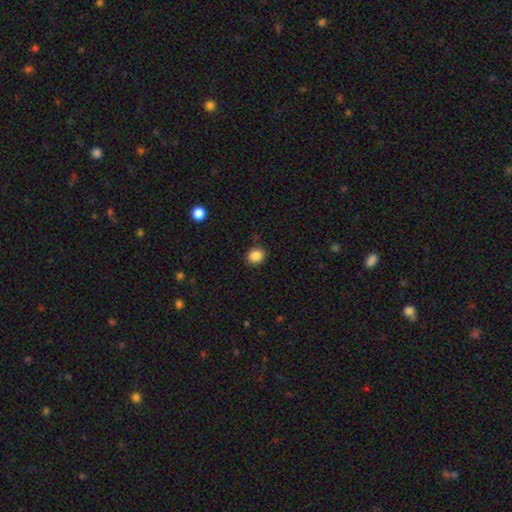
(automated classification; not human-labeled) This appears to be a smooth galaxy with no disk features (87%) that is round (71%). Merging: none (88%).